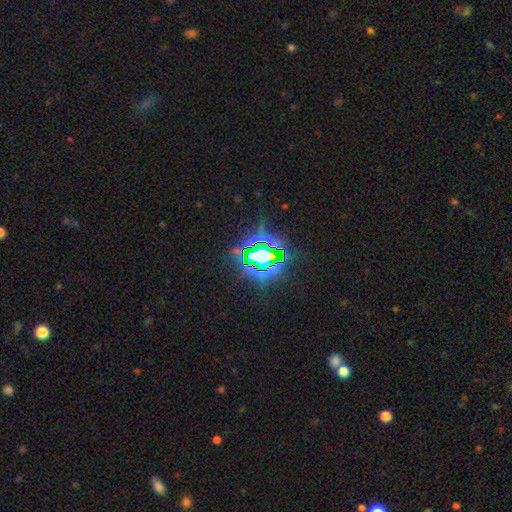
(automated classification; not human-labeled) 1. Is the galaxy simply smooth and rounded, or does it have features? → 81% star or artifact, 10% smooth, 9% featured or disk.